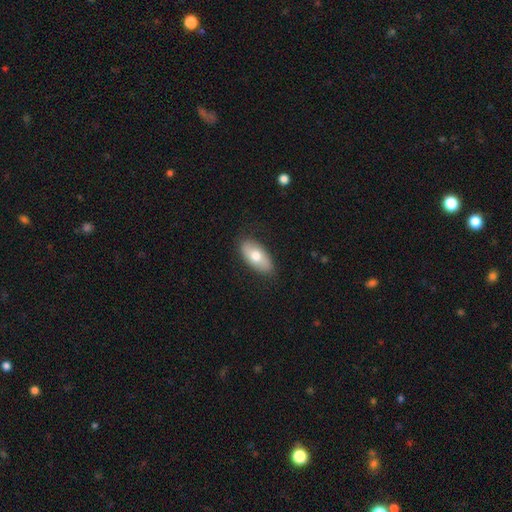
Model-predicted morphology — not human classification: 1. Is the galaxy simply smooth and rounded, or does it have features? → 69% smooth, 25% featured or disk, 5% star or artifact.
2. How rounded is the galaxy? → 92% in between, 5% cigar-shaped, 3% round.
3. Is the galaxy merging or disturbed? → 84% none, 12% minor disturbance, 3% major disturbance, 1% merger.